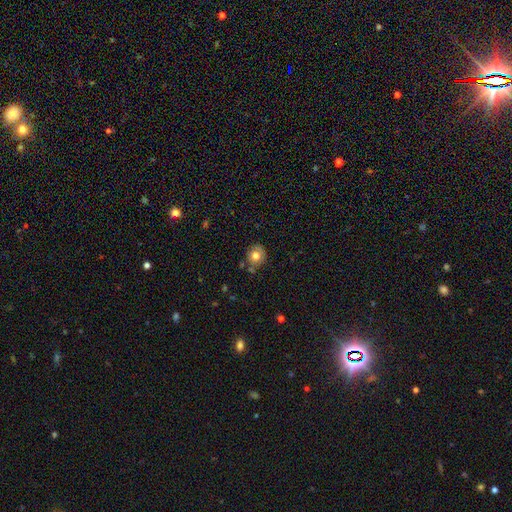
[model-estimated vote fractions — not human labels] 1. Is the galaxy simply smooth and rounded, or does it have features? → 73% smooth, 16% featured or disk, 10% star or artifact.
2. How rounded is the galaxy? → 80% round, 19% in between, 1% cigar-shaped.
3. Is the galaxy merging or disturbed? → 76% none, 15% minor disturbance, 6% merger, 3% major disturbance.